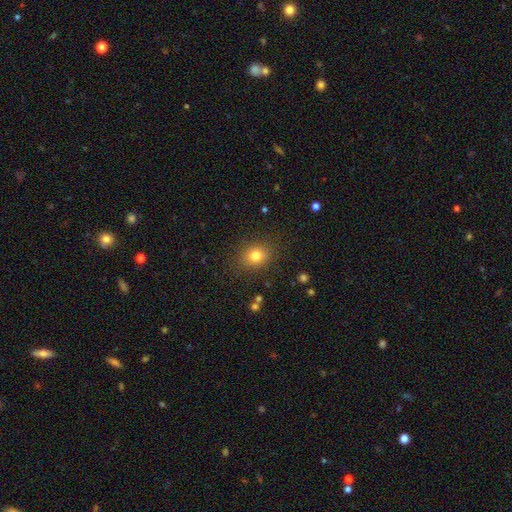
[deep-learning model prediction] Morphology: type=smooth (79%); roundness=round (63%); merging=none (86%).